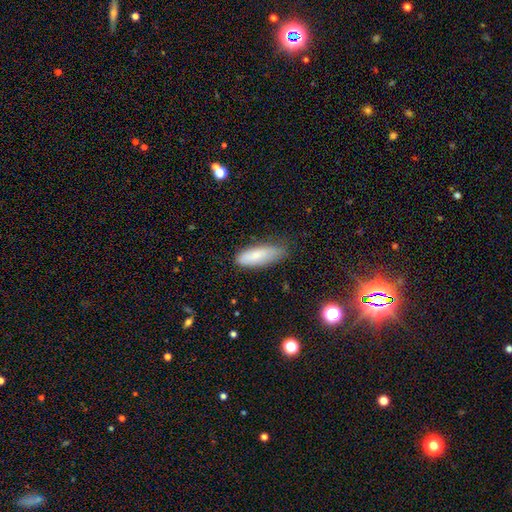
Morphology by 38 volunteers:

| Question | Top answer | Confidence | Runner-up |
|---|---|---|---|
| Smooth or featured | smooth | 76% | featured or disk (16%) |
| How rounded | in between | 79% | cigar-shaped (21%) |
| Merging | none | 66% | minor disturbance (31%) |